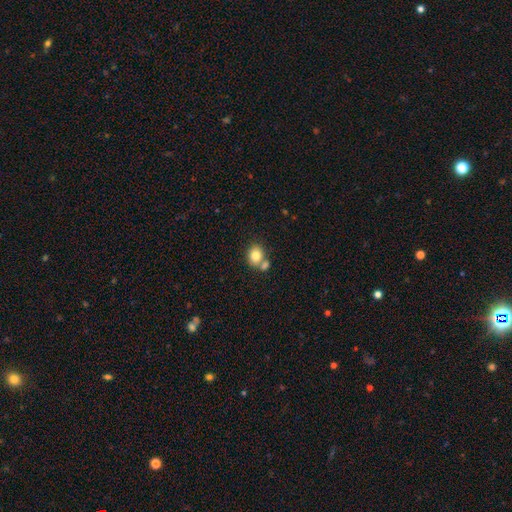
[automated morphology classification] Smooth or featured? Predicted: smooth (p=0.81). How rounded? Predicted: round (p=0.52). Merging? Predicted: none (p=0.53).